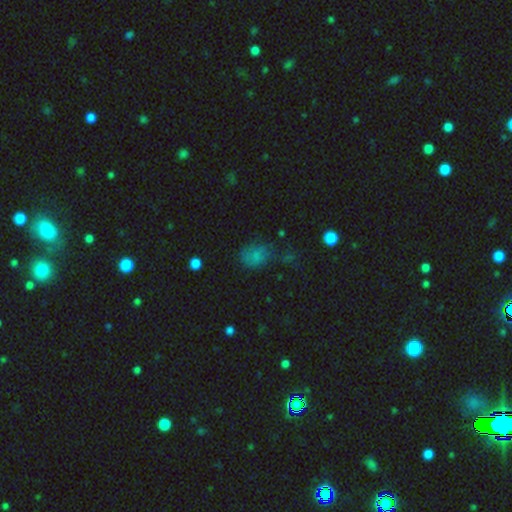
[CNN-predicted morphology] smooth 66%, star or artifact 21%, featured or disk 14%. Down the decision tree: how rounded — in between (61%); merging — none (44%).